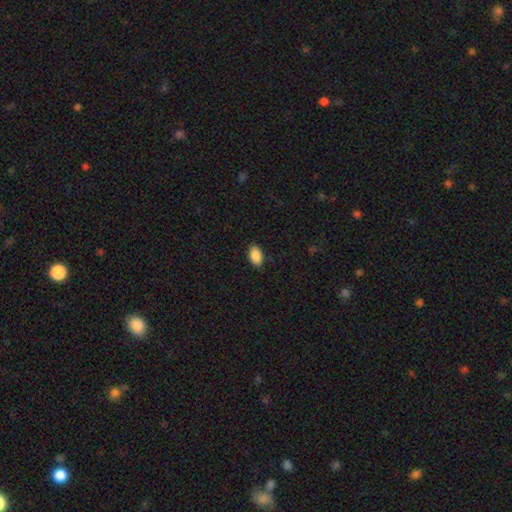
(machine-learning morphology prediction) This appears to be a smooth galaxy with no disk features (90%) that is in between round and cigar-shaped (92%). Merging: none (86%).